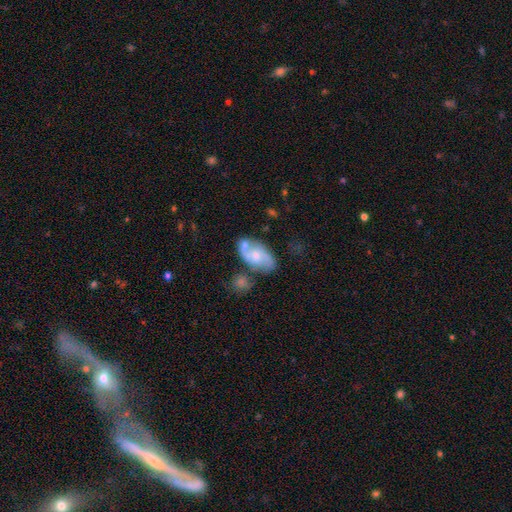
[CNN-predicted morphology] Smooth or featured?
  - featured or disk: 62% *
  - smooth: 32%
  - star or artifact: 7%
Edge-on disk?
  - no: 96% *
  - yes: 4%
Bar?
  - no: 55% *
  - weak: 38%
  - strong: 8%
Spiral arms?
  - yes: 82% *
  - no: 18%
Bulge size?
  - moderate: 48% *
  - small: 43%
  - none: 4%
  - large: 3%
  - dominant: 1%
Merging?
  - none: 50% *
  - merger: 23%
  - minor disturbance: 19%
  - major disturbance: 8%